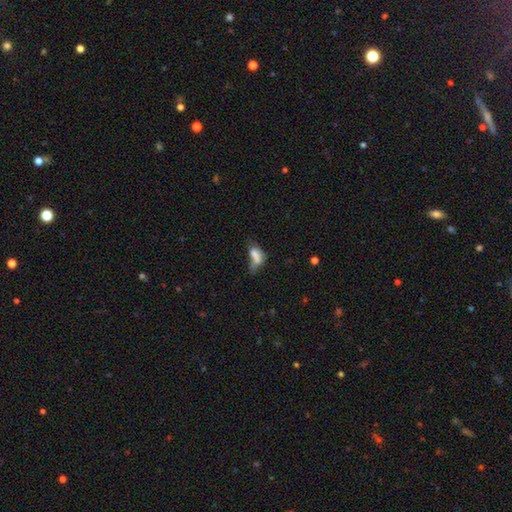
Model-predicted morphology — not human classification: smooth-or-featured: smooth: 67% | featured or disk: 21% | star or artifact: 12%
  how-rounded: in between: 83% | cigar-shaped: 10% | round: 7%
  merging: major disturbance: 32% | merger: 28% | minor disturbance: 21% | none: 19%